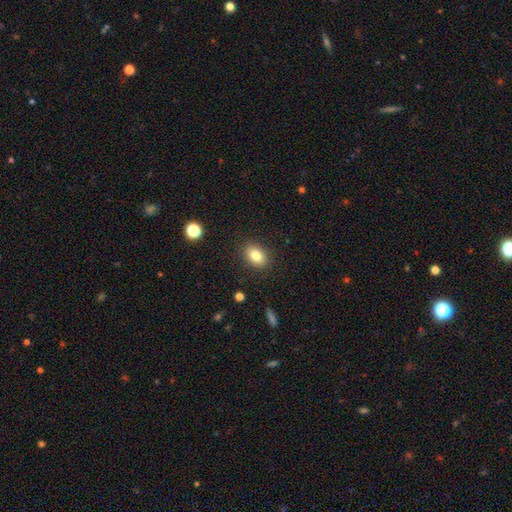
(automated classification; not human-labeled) A smooth galaxy with no disk features (81%) that is in between round and cigar-shaped (76%).

Vote fractions:
- Smooth or featured? smooth: 81% / featured or disk: 9% / star or artifact: 9%
- How rounded? in between: 76% / round: 23% / cigar-shaped: 1%
- Merging? none: 88% / minor disturbance: 9% / major disturbance: 3% / merger: 1%